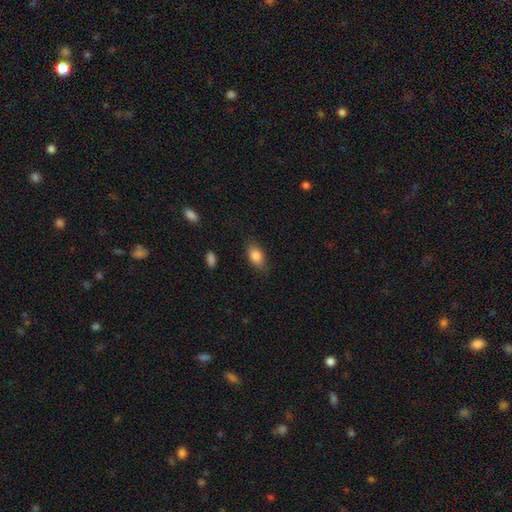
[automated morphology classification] Smooth or featured: smooth — 84% (featured or disk — 8%)
How rounded: in between — 86% (round — 9%)
Merging: none — 79% (minor disturbance — 16%)